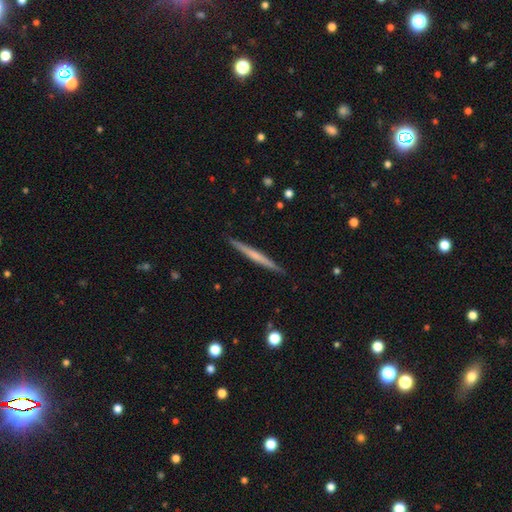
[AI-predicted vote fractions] The model was most divided on "smooth or featured": featured or disk: 56%, smooth: 39%, star or artifact: 5%. More confident: edge-on disk — yes (98%); merging — none (91%); edge-on bulge — none (69%).